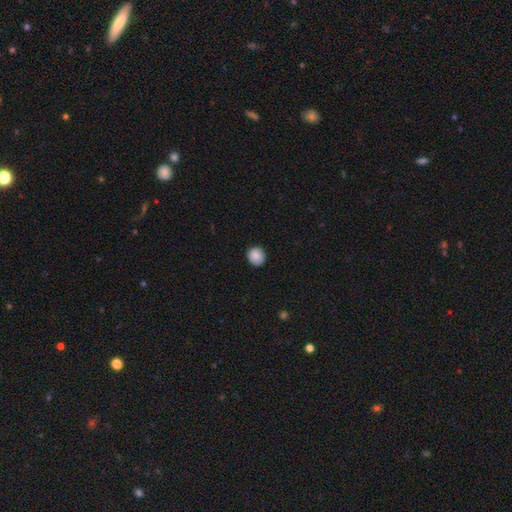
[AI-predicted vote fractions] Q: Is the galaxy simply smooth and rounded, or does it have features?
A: smooth — 87%.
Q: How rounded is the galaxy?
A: round — 86%.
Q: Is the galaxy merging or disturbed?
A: none — 89%.